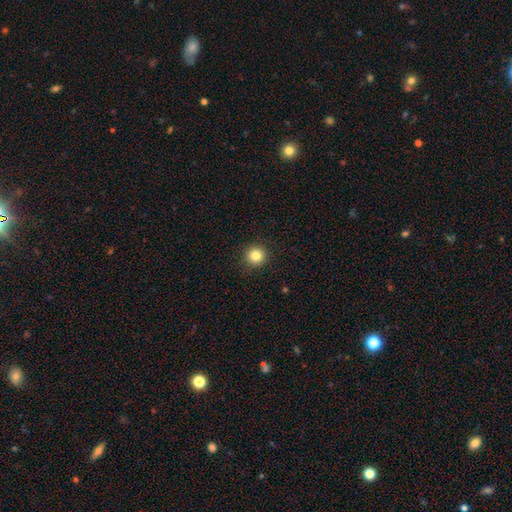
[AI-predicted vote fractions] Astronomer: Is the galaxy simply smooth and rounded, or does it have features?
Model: smooth — 83%.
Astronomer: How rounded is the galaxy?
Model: round — 94%.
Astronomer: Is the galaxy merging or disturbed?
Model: none — 91%.